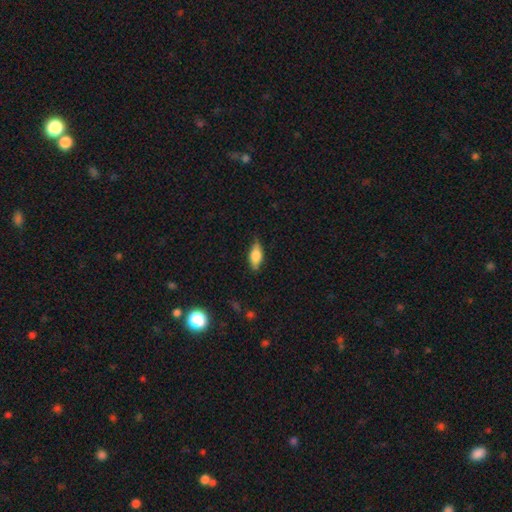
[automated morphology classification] Smooth or featured? smooth (67%)
How rounded? in between (76%)
Merging? none (80%)